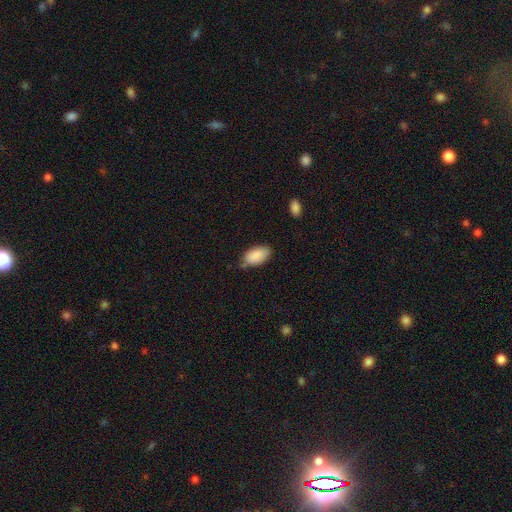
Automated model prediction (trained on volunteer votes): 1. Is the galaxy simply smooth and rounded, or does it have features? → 88% smooth, 7% star or artifact, 5% featured or disk.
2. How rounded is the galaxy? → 95% in between, 3% round, 2% cigar-shaped.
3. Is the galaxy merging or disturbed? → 62% none, 29% minor disturbance, 5% major disturbance, 4% merger.